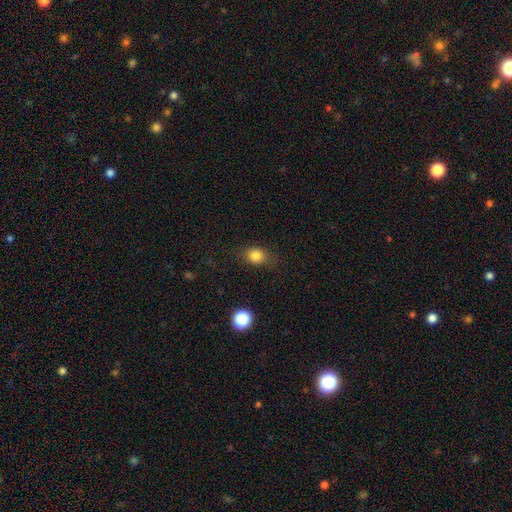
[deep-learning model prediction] The model was most divided on "how rounded": in between: 50%, round: 48%, cigar-shaped: 2%. More confident: smooth or featured — smooth (82%); merging — none (77%).